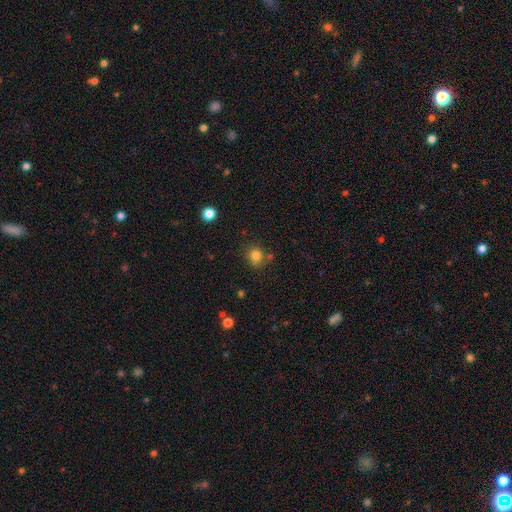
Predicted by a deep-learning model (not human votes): Smooth or featured? smooth (80%)
How rounded? round (83%)
Merging? none (73%)